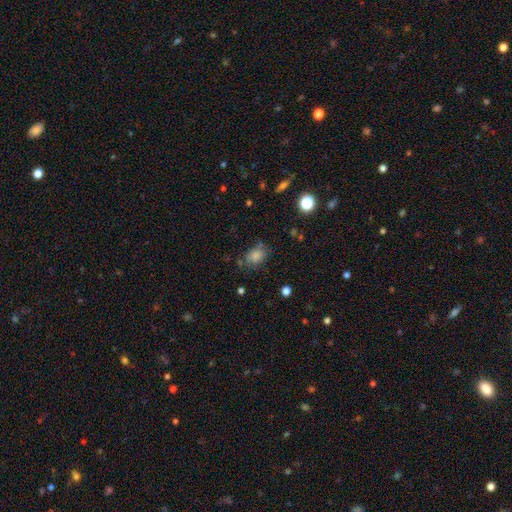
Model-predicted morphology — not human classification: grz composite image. It shows a smooth galaxy with no disk features (77%) that is in between round and cigar-shaped (68%). Merging: none (62%).